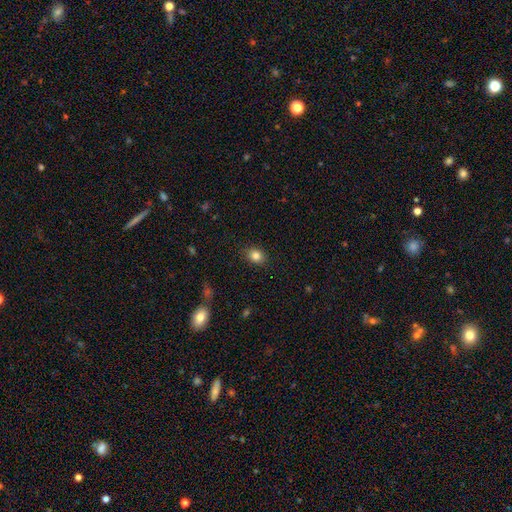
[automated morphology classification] smooth-or-featured: smooth: 84% | star or artifact: 10% | featured or disk: 6%
  how-rounded: round: 54% | in between: 45% | cigar-shaped: 1%
  merging: none: 88% | minor disturbance: 9% | major disturbance: 2% | merger: 1%